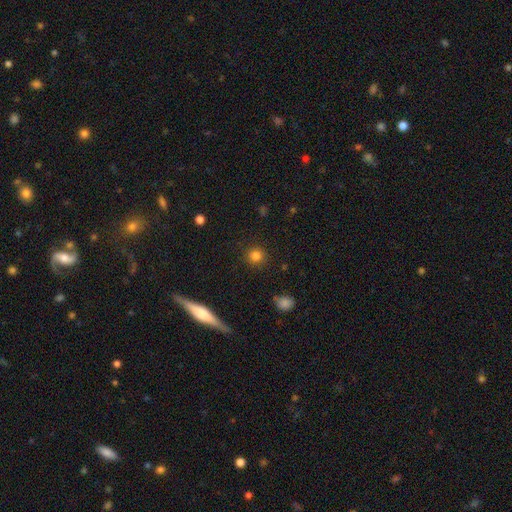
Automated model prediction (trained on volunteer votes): Smooth or featured? smooth (82%)
How rounded? round (91%)
Merging? none (89%)